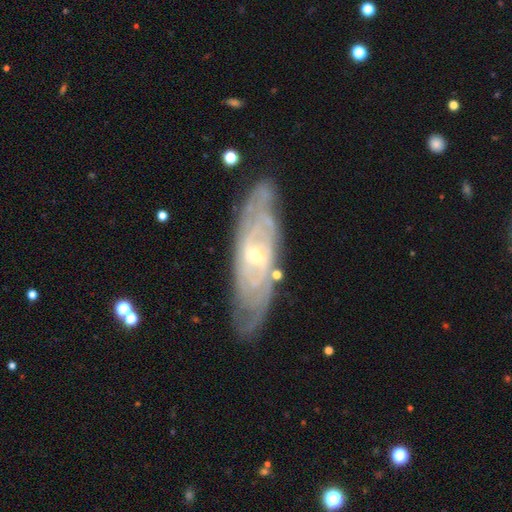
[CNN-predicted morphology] featured or disk 81%, smooth 12%, star or artifact 6%. Down the decision tree: edge-on disk — no (80%); bar — no (46%); spiral arms — yes (90%); spiral arm count — can't tell (57%); spiral winding — tight (72%); bulge size — small (67%); merging — none (80%).